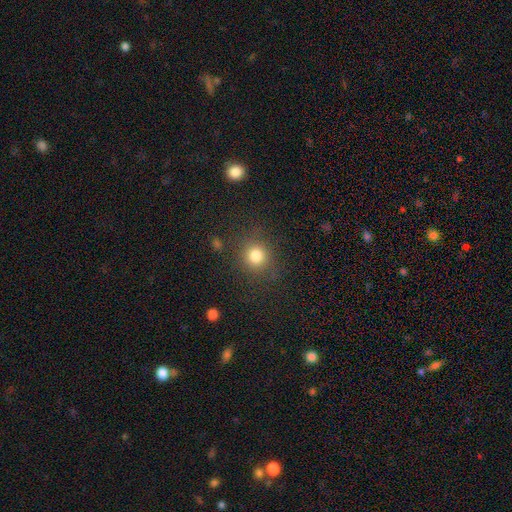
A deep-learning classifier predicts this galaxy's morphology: Smooth or featured: smooth — 81% (star or artifact — 13%)
How rounded: round — 87% (in between — 12%)
Merging: none — 81% (minor disturbance — 11%)